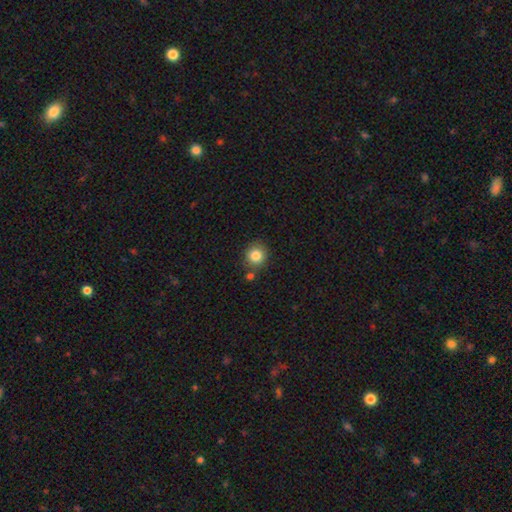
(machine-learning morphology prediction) A smooth galaxy with no disk features (84%) that is round (88%).

Vote fractions:
- Smooth or featured? smooth: 84% / star or artifact: 10% / featured or disk: 6%
- How rounded? round: 88% / in between: 11% / cigar-shaped: 1%
- Merging? none: 78% / minor disturbance: 10% / merger: 9% / major disturbance: 3%